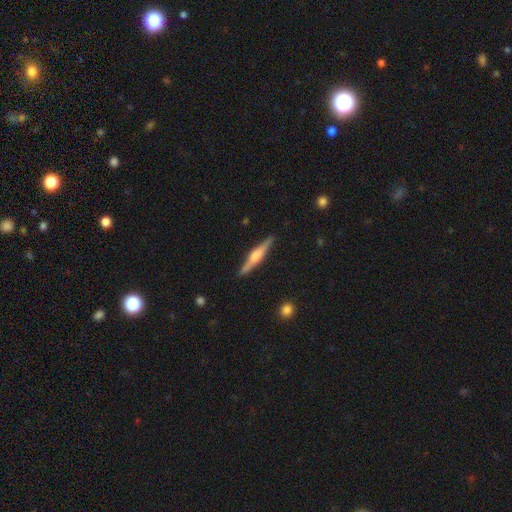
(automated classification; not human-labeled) smooth_or_featured: featured or disk (p=0.71) [alt: smooth p=0.24]
disk_edge_on: yes (p=0.98) [alt: no p=0.02]
edge_on_bulge: rounded (p=0.79) [alt: boxy p=0.15]
merging: none (p=0.90) [alt: minor disturbance p=0.07]